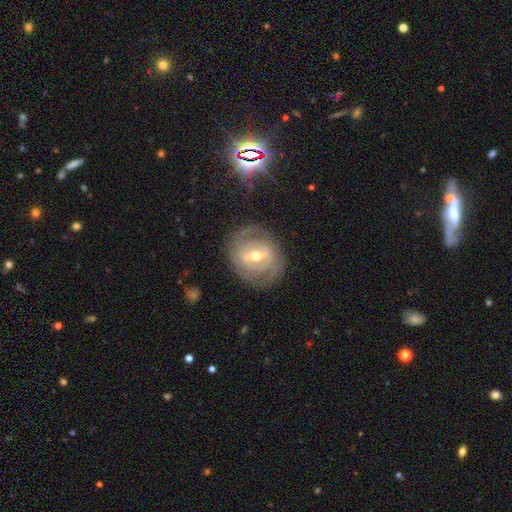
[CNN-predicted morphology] type=featured or disk (82%); edge-on=no (95%); bar=strong (46%); spiral arms=yes (87%); winding=tight (59%); arm count=2 (46%); bulge=moderate (63%); merging=none (77%).